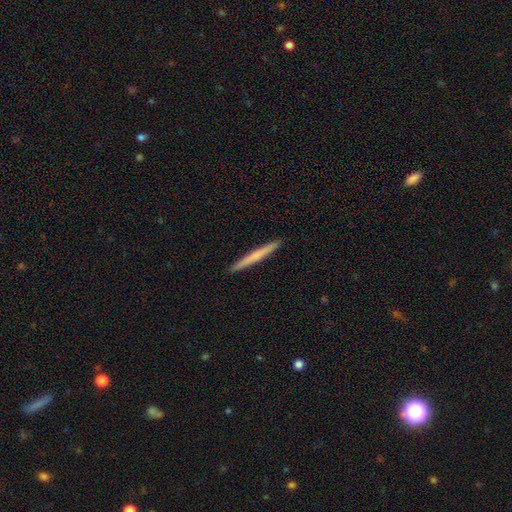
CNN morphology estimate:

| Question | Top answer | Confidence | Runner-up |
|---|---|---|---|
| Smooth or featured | smooth | 62% | featured or disk (32%) |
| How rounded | cigar-shaped | 97% | in between (2%) |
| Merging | none | 93% | minor disturbance (4%) |